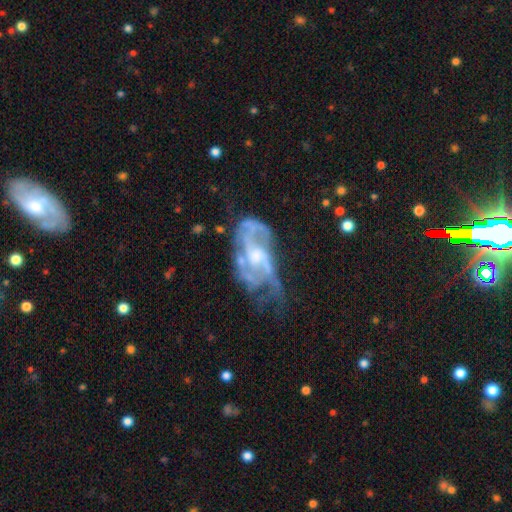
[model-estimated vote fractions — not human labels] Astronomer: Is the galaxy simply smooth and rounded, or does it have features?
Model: featured or disk — 82%.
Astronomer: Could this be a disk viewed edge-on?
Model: no — 95%.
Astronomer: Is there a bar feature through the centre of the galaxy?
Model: no — 58% (runner-up: weak, 34%).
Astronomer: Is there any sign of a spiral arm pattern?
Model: yes — 82%.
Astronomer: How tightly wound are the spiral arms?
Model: medium — 45% (runner-up: tight, 30%).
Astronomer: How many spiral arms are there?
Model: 2 — 36% (runner-up: can't tell, 30%).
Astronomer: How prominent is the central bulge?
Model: moderate — 50%.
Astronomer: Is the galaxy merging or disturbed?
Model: none — 35% (runner-up: major disturbance, 33%).